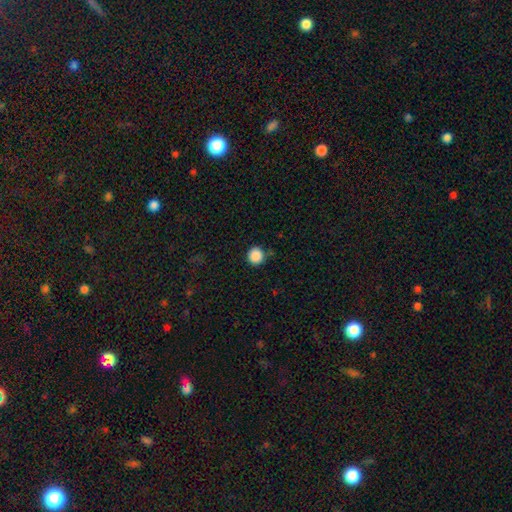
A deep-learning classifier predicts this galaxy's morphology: The model was most divided on "merging": none: 87%, minor disturbance: 9%, major disturbance: 3%, merger: 2%. More confident: how rounded — round (94%); smooth or featured — smooth (88%).